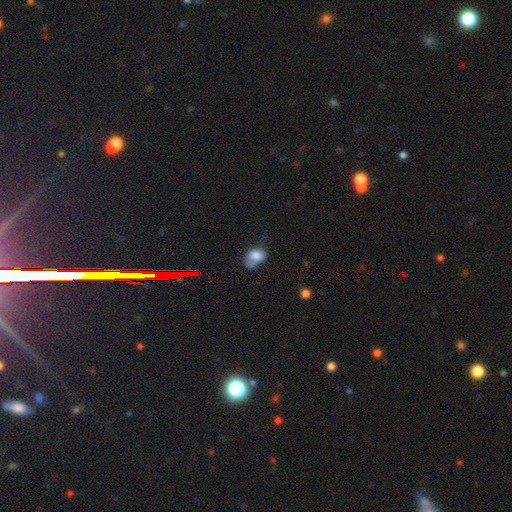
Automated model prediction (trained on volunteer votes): Smooth or featured?
  - smooth: 71% *
  - featured or disk: 19%
  - star or artifact: 10%
How rounded?
  - in between: 73% *
  - round: 25%
  - cigar-shaped: 1%
Merging?
  - major disturbance: 31% * (tied)
  - minor disturbance: 31% * (tied)
  - none: 26%
  - merger: 11%